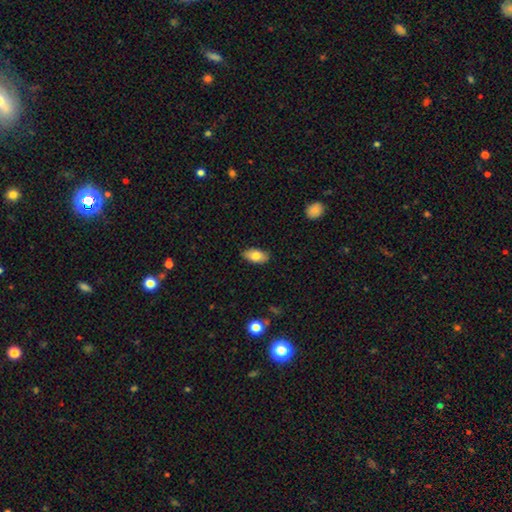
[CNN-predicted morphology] Smooth or featured: smooth — 78% (featured or disk — 15%)
How rounded: in between — 93% (cigar-shaped — 4%)
Merging: none — 86% (minor disturbance — 11%)